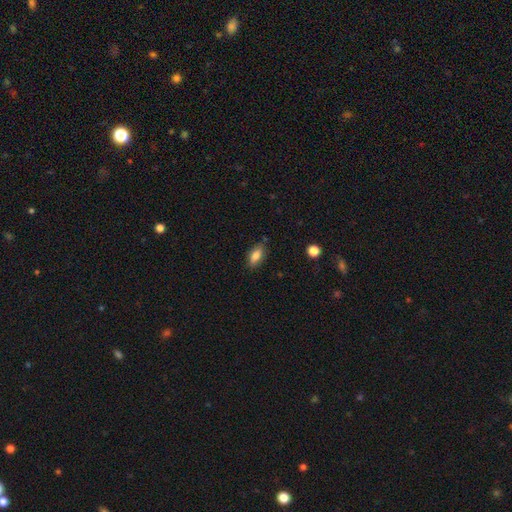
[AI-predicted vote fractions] A smooth galaxy with no disk features (80%) that is in between round and cigar-shaped (83%). Merging: none (80%).